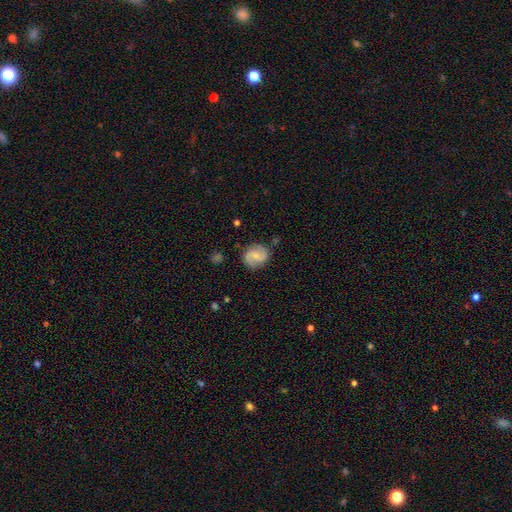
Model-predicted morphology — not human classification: Smooth or featured? featured or disk (67%)
Edge-on disk? no (98%)
Bar? no (47%)
Spiral arms? yes (94%)
Spiral winding? medium (50%)
Spiral arm count? 2 (90%)
Bulge size? small (54%)
Merging? none (81%)